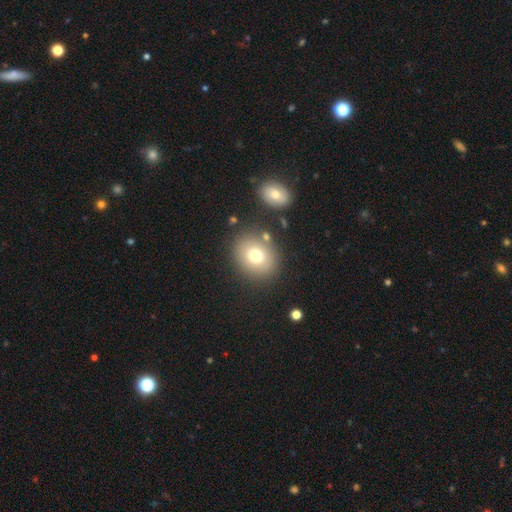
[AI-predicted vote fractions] Smooth or featured? smooth (74%)
How rounded? round (66%)
Merging? none (79%)